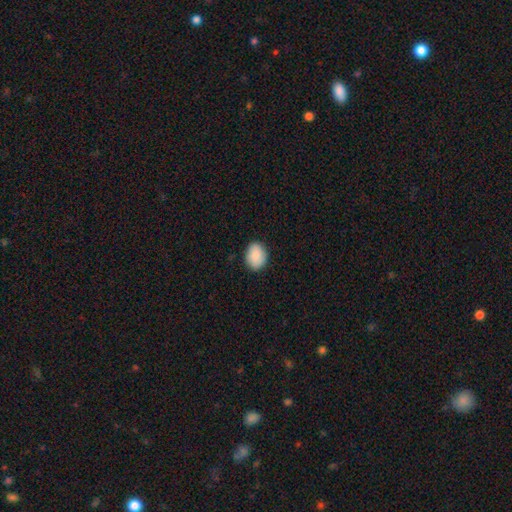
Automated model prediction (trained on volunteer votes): smooth-or-featured: smooth: 88% | star or artifact: 7% | featured or disk: 5%
  how-rounded: in between: 61% | round: 38% | cigar-shaped: 1%
  merging: none: 86% | minor disturbance: 11% | major disturbance: 2% | merger: 1%